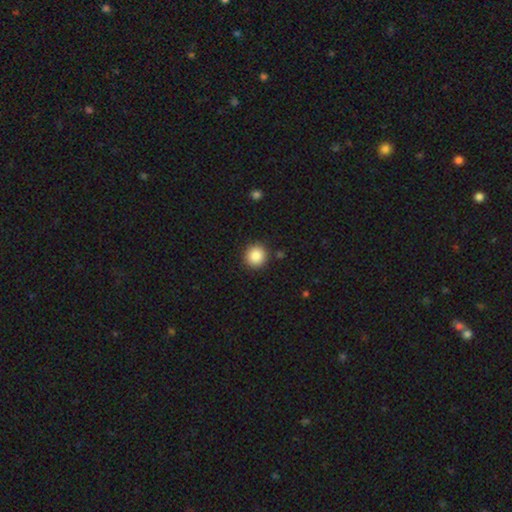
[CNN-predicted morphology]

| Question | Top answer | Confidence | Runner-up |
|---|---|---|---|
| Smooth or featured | smooth | 87% | star or artifact (9%) |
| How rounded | round | 93% | in between (6%) |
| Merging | none | 90% | minor disturbance (6%) |